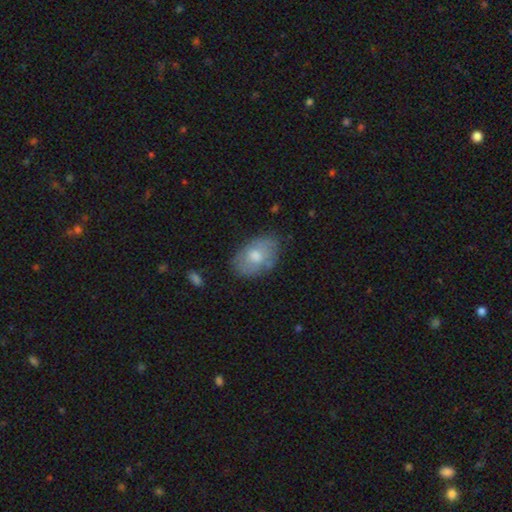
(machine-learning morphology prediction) This is likely a smooth galaxy (67%). How rounded: clearly in between (87%). Merging: likely none (73%).